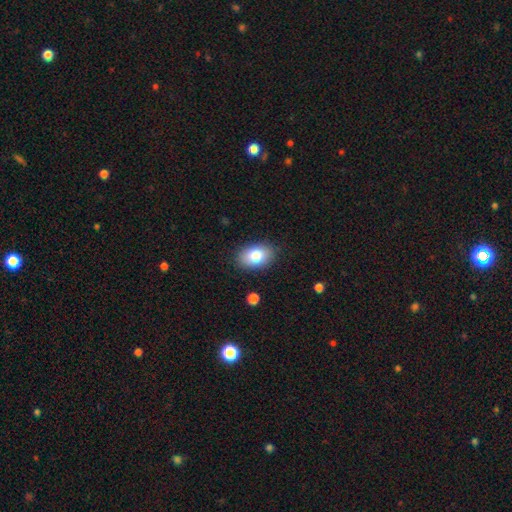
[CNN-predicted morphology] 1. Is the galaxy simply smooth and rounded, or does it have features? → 82% smooth, 10% featured or disk, 7% star or artifact.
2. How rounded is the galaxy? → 88% in between, 11% round, 1% cigar-shaped.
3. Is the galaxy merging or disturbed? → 86% none, 10% minor disturbance, 3% major disturbance, 1% merger.